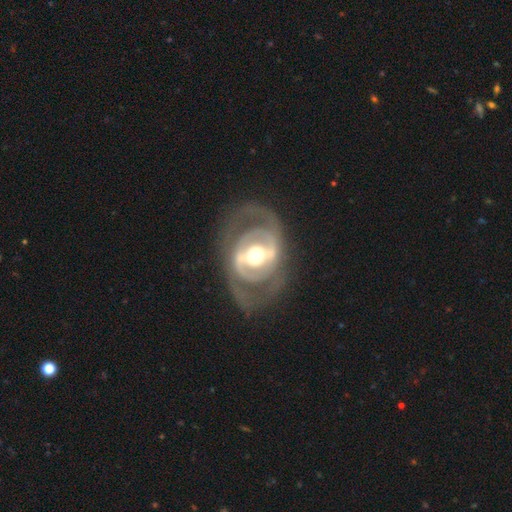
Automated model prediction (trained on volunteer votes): This is clearly a featured or disk galaxy (80%). It is clearly not viewed edge-on (94%). Bar: possibly strong (47%). Spiral arm pattern: possibly yes (58%). Central bulge: likely moderate (65%). Merging: likely none (72%).